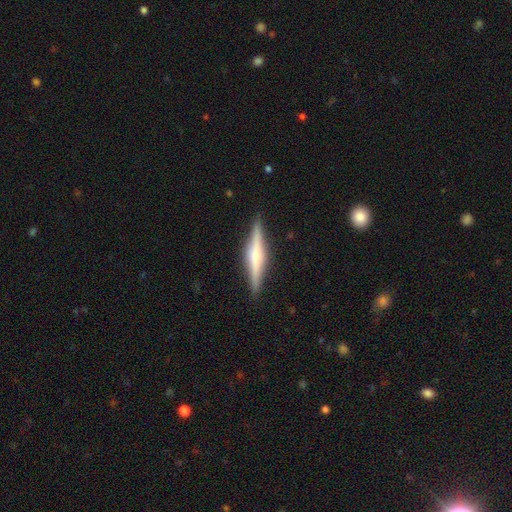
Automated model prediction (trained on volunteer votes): A featured or disk galaxy (71%) viewed edge-on (98%) with a rounded central bulge (72%).

Vote fractions:
- Smooth or featured? featured or disk: 71% / smooth: 24% / star or artifact: 6%
- Edge-on disk? yes: 98% / no: 2%
- Edge-on bulge? rounded: 72% / boxy: 17% / none: 12%
- Merging? none: 90% / minor disturbance: 7% / major disturbance: 2% / merger: 1%